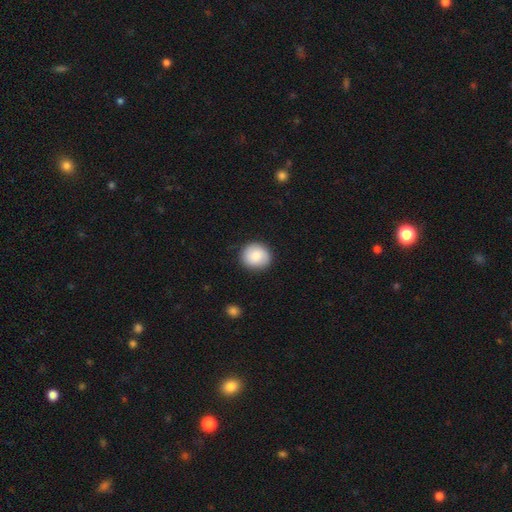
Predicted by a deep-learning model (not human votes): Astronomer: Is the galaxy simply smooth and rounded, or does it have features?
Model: smooth — 84%.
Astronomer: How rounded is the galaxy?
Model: round — 88%.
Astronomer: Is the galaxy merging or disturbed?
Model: none — 89%.